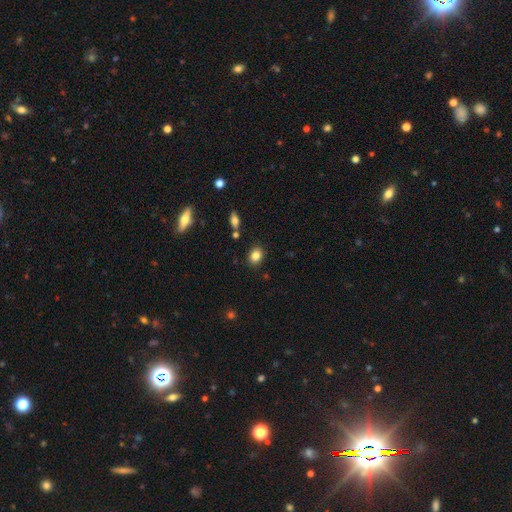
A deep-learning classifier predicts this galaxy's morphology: Smooth or featured? Predicted: smooth (p=0.83). How rounded? Predicted: in between (p=0.50). Merging? Predicted: none (p=0.87).